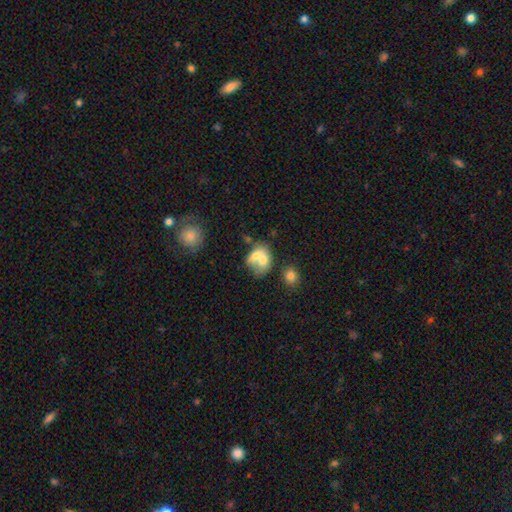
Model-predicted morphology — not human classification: Overall: smooth (63%; featured or disk 28%). How rounded: in between (61%; round 38%). Merging: merger (65%).